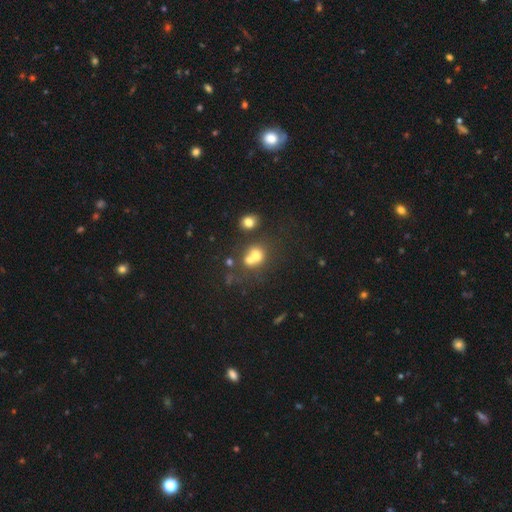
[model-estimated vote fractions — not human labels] smooth-or-featured: smooth: 65% | featured or disk: 19% | star or artifact: 16%
  how-rounded: round: 69% | in between: 30% | cigar-shaped: 1%
  merging: merger: 56% | none: 31% | minor disturbance: 8% | major disturbance: 5%